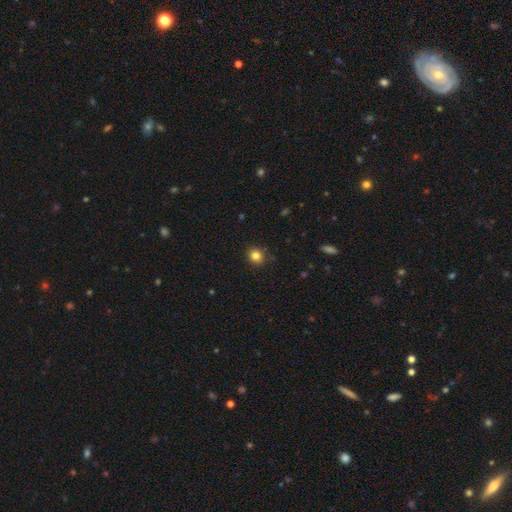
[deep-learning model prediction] A smooth galaxy with no disk features (82%) that is round (83%).

Vote fractions:
- Smooth or featured? smooth: 82% / star or artifact: 12% / featured or disk: 6%
- How rounded? round: 83% / in between: 16% / cigar-shaped: 1%
- Merging? none: 87% / minor disturbance: 10% / major disturbance: 2% / merger: 1%